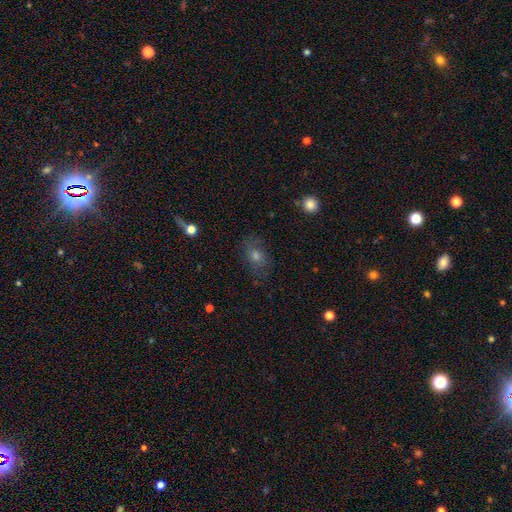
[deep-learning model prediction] This appears to be a smooth galaxy with no disk features (47%). Merging: none (73%).